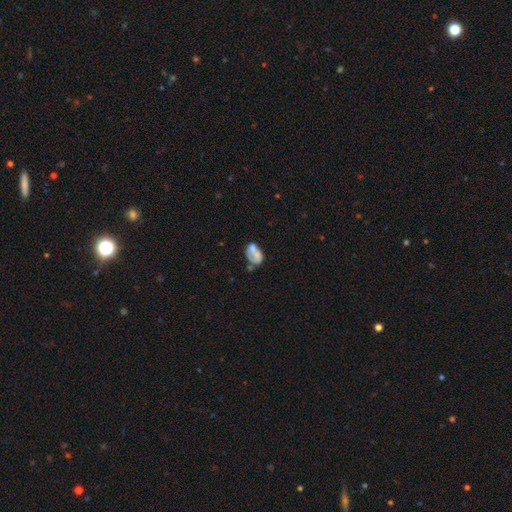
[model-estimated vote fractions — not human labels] This appears to be a smooth galaxy with no disk features (56%) that is in between round and cigar-shaped (85%). Merging: none (32%).